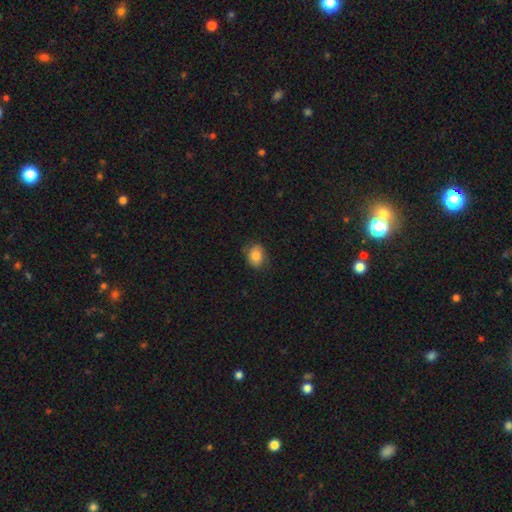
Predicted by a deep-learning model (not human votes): Smooth or featured? smooth (84%)
How rounded? in between (60%)
Merging? none (77%)